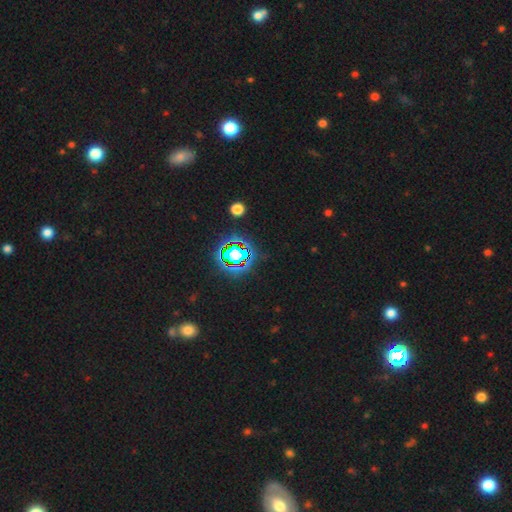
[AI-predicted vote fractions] Morphology: type=star or artifact (78%).